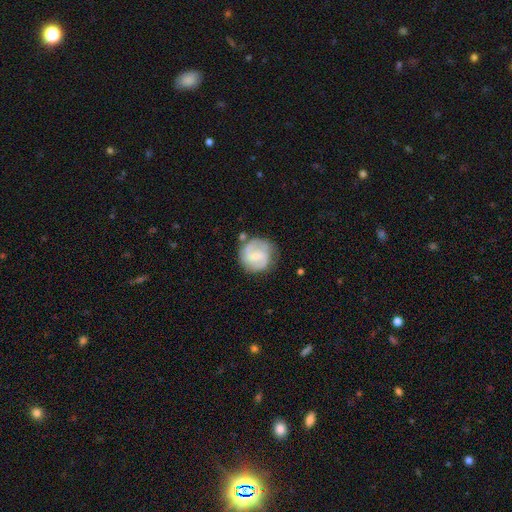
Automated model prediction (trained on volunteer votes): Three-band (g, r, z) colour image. It shows a featured or disk galaxy (60%) with a weak bar (49%), spiral arms (83%) and a small central bulge (64%). Merging: none (65%).